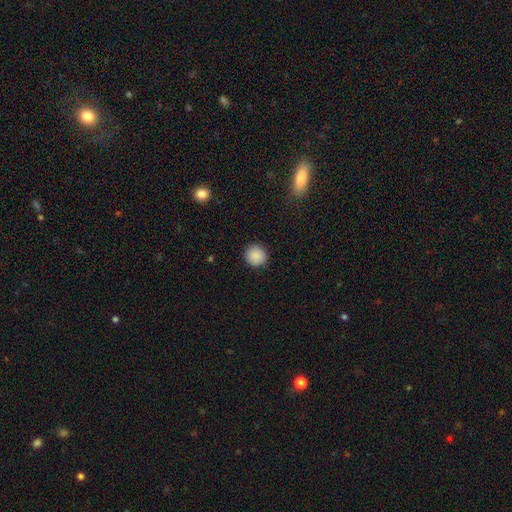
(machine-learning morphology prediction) The model was most divided on "smooth or featured": smooth: 90%, star or artifact: 8%, featured or disk: 2%. More confident: how rounded — round (92%); merging — none (91%).